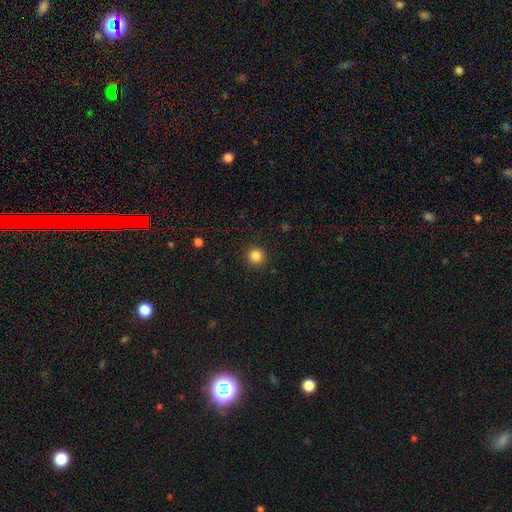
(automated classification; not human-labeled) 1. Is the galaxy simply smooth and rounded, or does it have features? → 84% smooth, 12% star or artifact, 4% featured or disk.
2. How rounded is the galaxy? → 95% round, 4% in between, 1% cigar-shaped.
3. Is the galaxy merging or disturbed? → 92% none, 5% minor disturbance, 2% major disturbance, 1% merger.